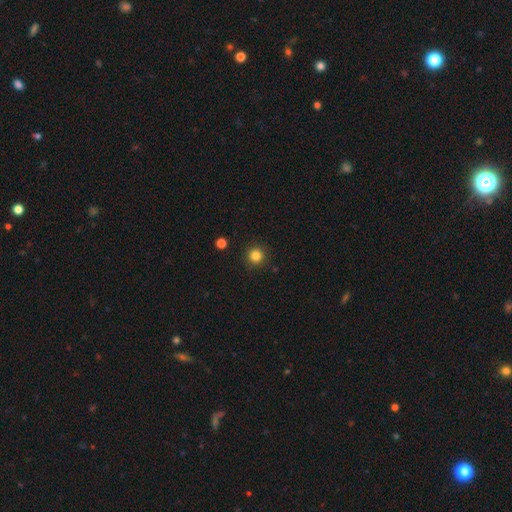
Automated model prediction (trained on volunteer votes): Morphology: type=smooth (84%); roundness=round (95%); merging=none (91%).